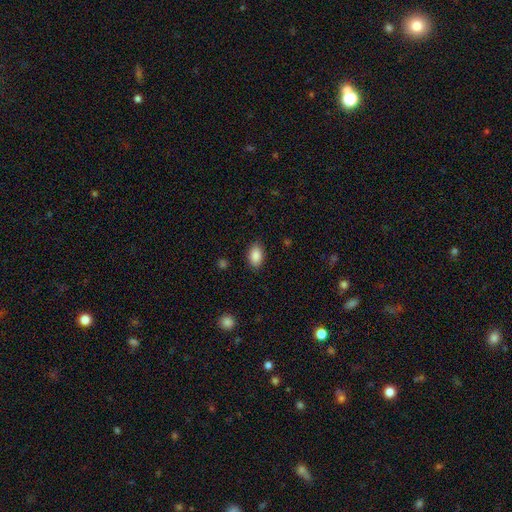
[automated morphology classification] Smooth or featured? smooth (88%)
How rounded? in between (90%)
Merging? none (86%)